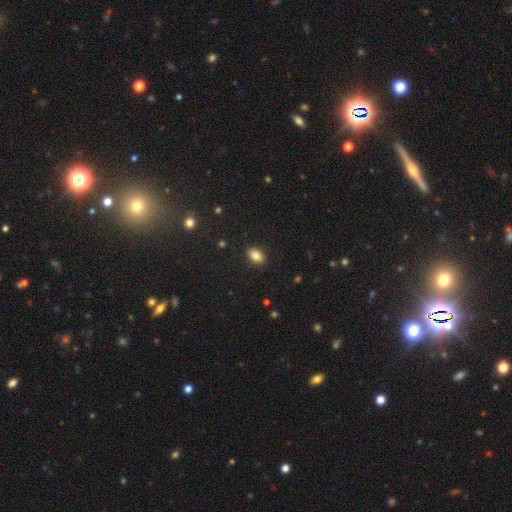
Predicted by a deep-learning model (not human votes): A smooth galaxy with no disk features (83%) that is in between round and cigar-shaped (84%). Merging: none (89%).